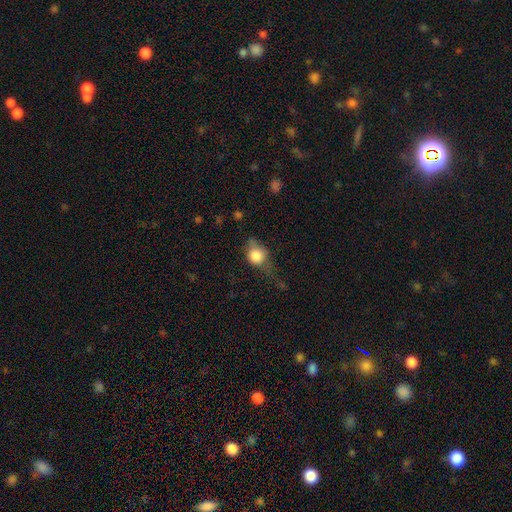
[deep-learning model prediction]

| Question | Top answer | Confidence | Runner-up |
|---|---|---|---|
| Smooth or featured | smooth | 75% | featured or disk (16%) |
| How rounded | round | 68% | in between (30%) |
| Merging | none | 37% | minor disturbance (34%) |